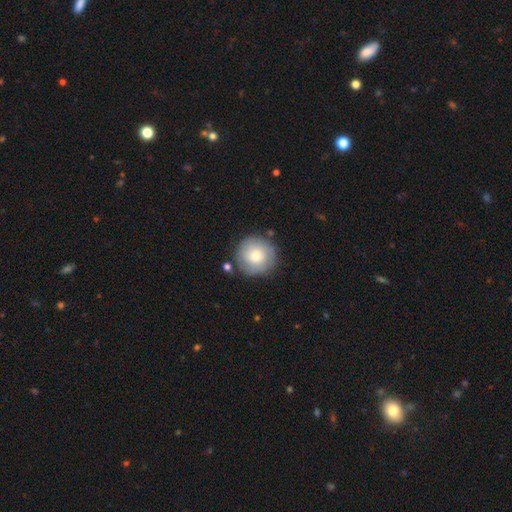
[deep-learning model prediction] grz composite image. It shows a smooth galaxy with no disk features (75%) that is round (95%). Merging: none (80%).